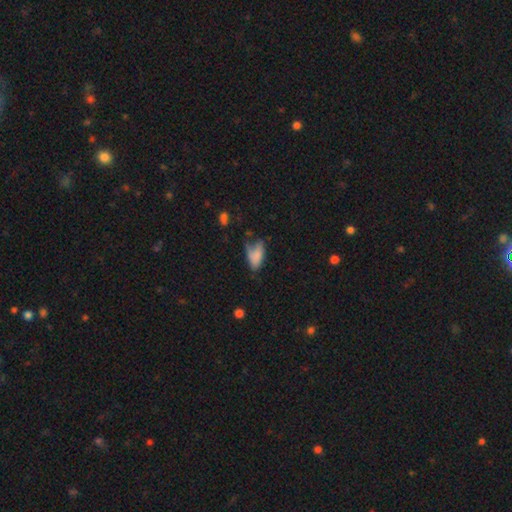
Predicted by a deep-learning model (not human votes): smooth-or-featured: smooth: 72% | featured or disk: 18% | star or artifact: 10%
  how-rounded: in between: 86% | cigar-shaped: 11% | round: 4%
  merging: minor disturbance: 31% (tied) | none: 31% (tied) | major disturbance: 30% | merger: 8%